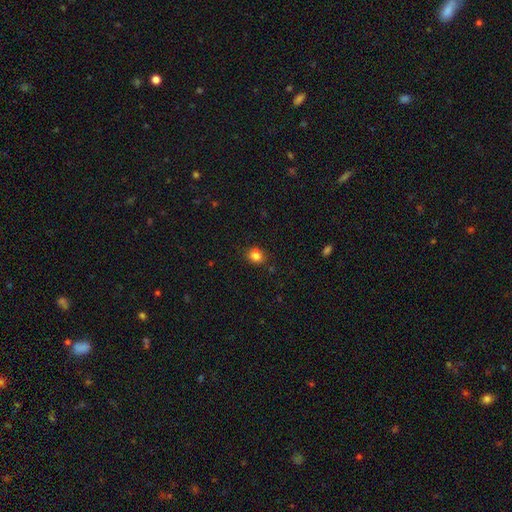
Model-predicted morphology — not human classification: smooth-or-featured: smooth: 83% | star or artifact: 11% | featured or disk: 5%
  how-rounded: round: 68% | in between: 31% | cigar-shaped: 1%
  merging: none: 86% | minor disturbance: 10% | major disturbance: 2% | merger: 2%